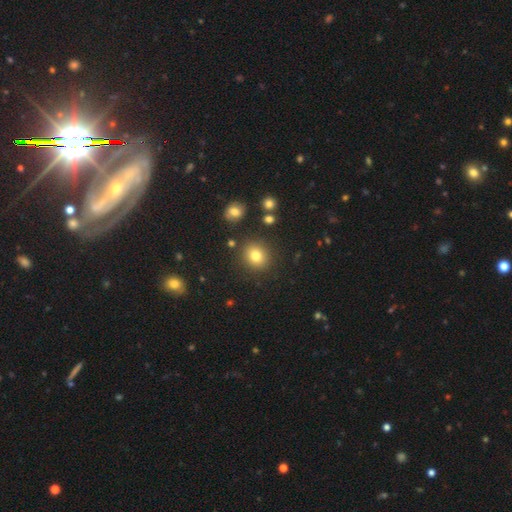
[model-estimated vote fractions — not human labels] Smooth or featured? Predicted: smooth (p=0.79). How rounded? Predicted: round (p=0.81). Merging? Predicted: none (p=0.86).